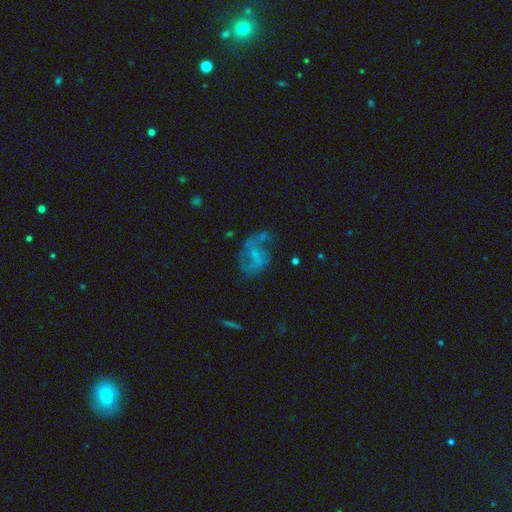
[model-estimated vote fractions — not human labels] Smooth or featured? featured or disk (61%)
Edge-on disk? no (98%)
Bar? no (59%)
Spiral arms? yes (66%)
Bulge size? none (54%)
Merging? none (41%)